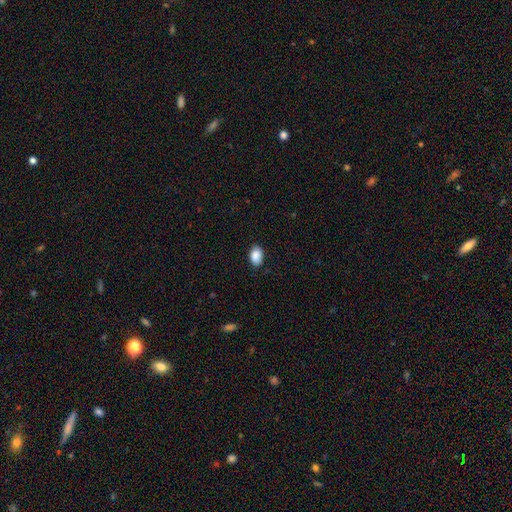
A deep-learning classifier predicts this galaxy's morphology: A smooth galaxy with no disk features (89%) that is in between round and cigar-shaped (89%). Merging: none (84%).